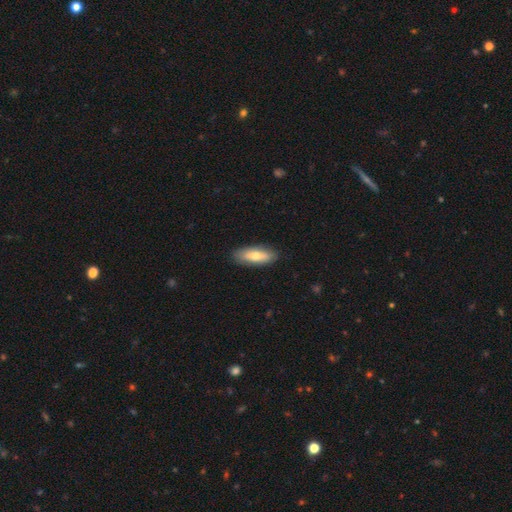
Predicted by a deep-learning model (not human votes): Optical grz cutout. It shows a smooth galaxy with no disk features (70%) that is in between round and cigar-shaped (66%). Merging: none (87%).